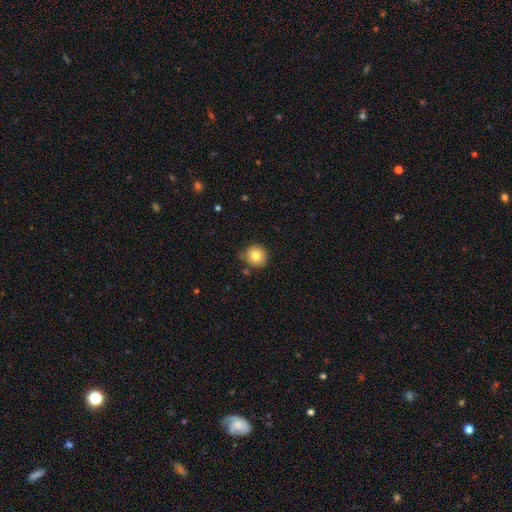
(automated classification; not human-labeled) Smooth or featured: smooth — 80% (featured or disk — 10%)
How rounded: round — 93% (in between — 6%)
Merging: none — 79% (minor disturbance — 14%)